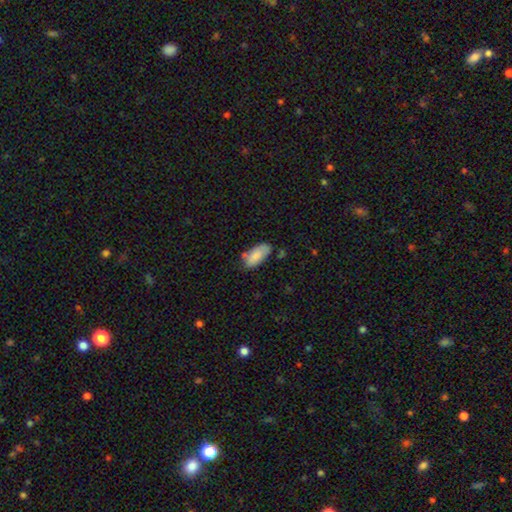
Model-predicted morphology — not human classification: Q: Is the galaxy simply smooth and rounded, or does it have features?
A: smooth — 82%.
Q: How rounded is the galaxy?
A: in between — 89%.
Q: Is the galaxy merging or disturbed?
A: none — 62%.